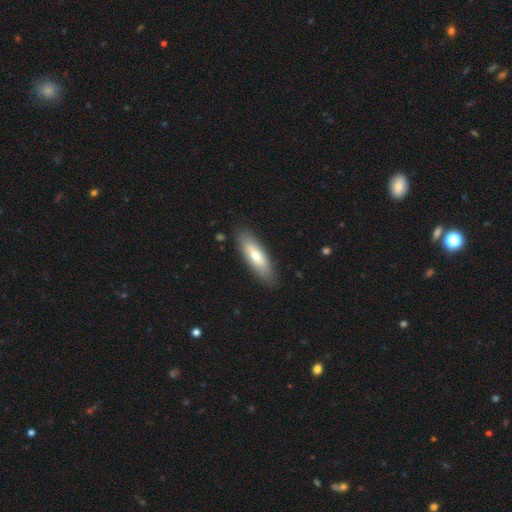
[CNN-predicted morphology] smooth_or_featured: smooth (p=0.64) [alt: featured or disk p=0.30]
how_rounded: cigar-shaped (p=0.50) [alt: in between p=0.48]
merging: none (p=0.87) [alt: minor disturbance p=0.10]